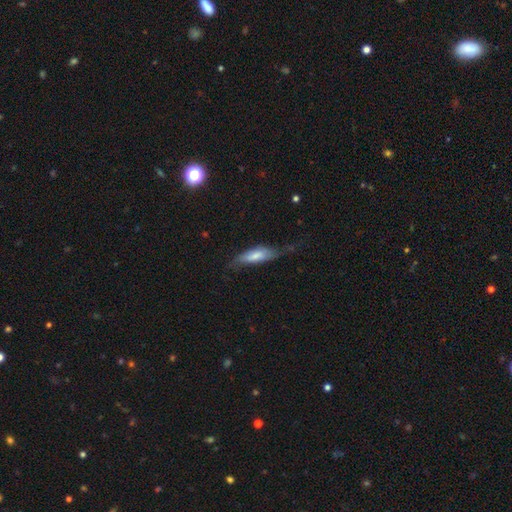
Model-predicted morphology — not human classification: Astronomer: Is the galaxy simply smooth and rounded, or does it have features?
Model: smooth — 65%.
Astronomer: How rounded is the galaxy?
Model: in between — 52% (runner-up: cigar-shaped, 46%).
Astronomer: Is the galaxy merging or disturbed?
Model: none — 42% (runner-up: minor disturbance, 33%).